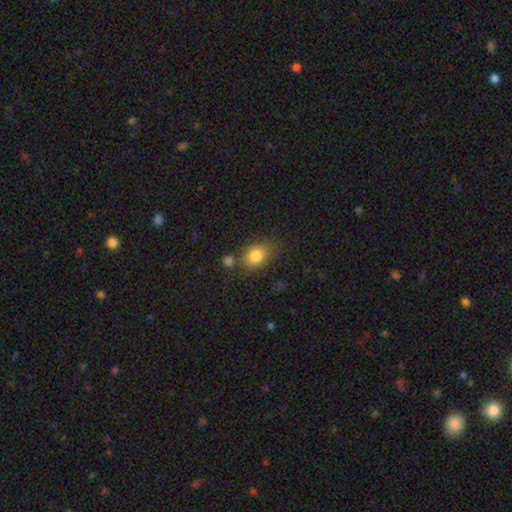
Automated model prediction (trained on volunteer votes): Smooth or featured: smooth — 82% (star or artifact — 9%)
How rounded: in between — 65% (round — 33%)
Merging: none — 68% (minor disturbance — 17%)